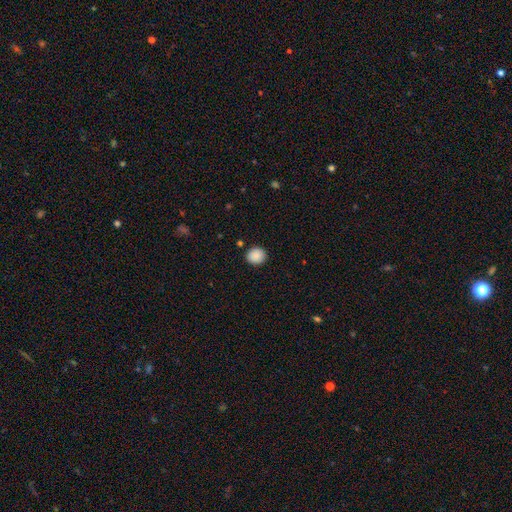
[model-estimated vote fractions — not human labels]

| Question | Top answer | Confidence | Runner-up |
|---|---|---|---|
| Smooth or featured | smooth | 89% | star or artifact (8%) |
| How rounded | round | 78% | in between (21%) |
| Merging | none | 89% | minor disturbance (7%) |